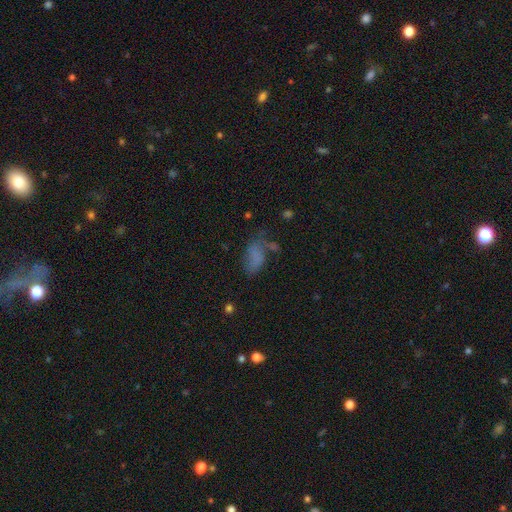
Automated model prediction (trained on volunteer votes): This appears to be a smooth galaxy with no disk features (66%) that is in between round and cigar-shaped (90%). Merging: none (40%).